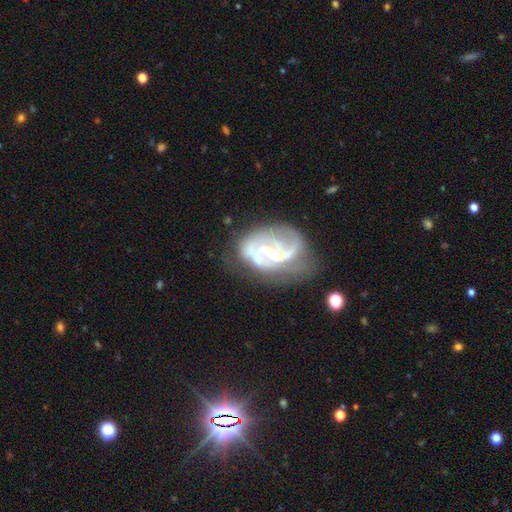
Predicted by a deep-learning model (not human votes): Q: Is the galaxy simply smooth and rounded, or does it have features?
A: featured or disk — 84%.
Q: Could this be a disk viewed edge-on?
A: no — 98%.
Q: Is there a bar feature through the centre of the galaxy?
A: weak — 43%.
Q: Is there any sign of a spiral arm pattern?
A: yes — 91%.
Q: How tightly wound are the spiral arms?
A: medium — 49%.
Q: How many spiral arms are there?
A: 2 — 49%.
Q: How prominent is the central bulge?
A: small — 60%.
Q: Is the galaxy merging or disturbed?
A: none — 42%.